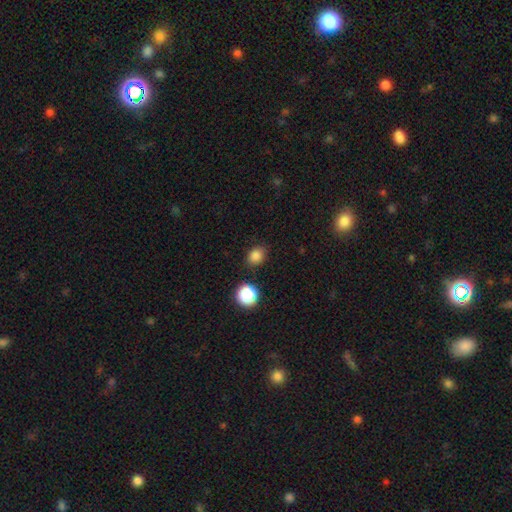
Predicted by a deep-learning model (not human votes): A smooth galaxy with no disk features (83%) that is round (56%).

Vote fractions:
- Smooth or featured? smooth: 83% / star or artifact: 13% / featured or disk: 4%
- How rounded? round: 56% / in between: 43% / cigar-shaped: 1%
- Merging? none: 83% / minor disturbance: 11% / merger: 3% / major disturbance: 3%